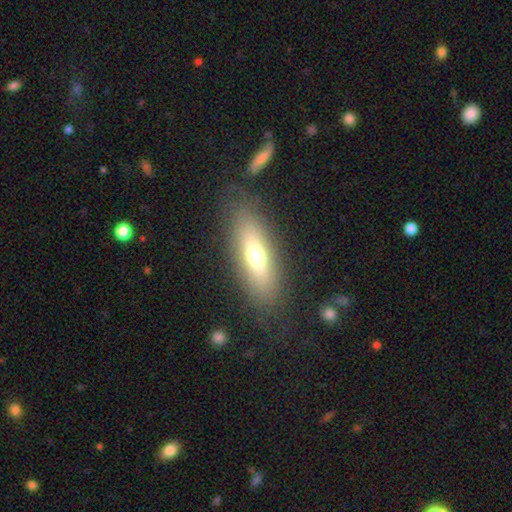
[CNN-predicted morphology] Smooth or featured?
  - smooth: 61% *
  - featured or disk: 31%
  - star or artifact: 8%
How rounded?
  - in between: 55% *
  - cigar-shaped: 42%
  - round: 3%
Merging?
  - none: 80% *
  - minor disturbance: 12%
  - major disturbance: 6%
  - merger: 3%